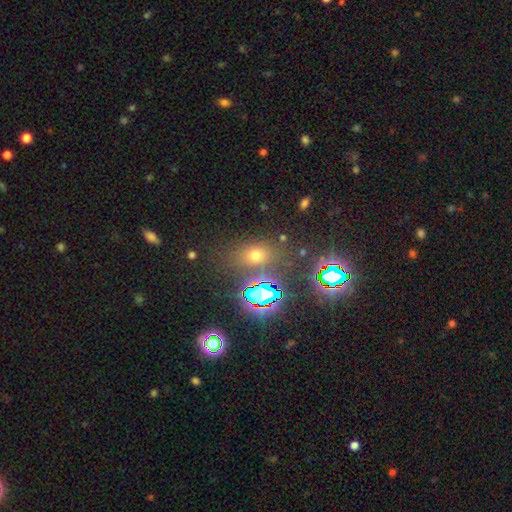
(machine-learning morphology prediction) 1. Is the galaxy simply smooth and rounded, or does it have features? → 54% smooth, 36% star or artifact, 10% featured or disk.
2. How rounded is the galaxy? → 63% in between, 32% round, 4% cigar-shaped.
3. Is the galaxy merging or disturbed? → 75% none, 12% minor disturbance, 7% merger, 6% major disturbance.